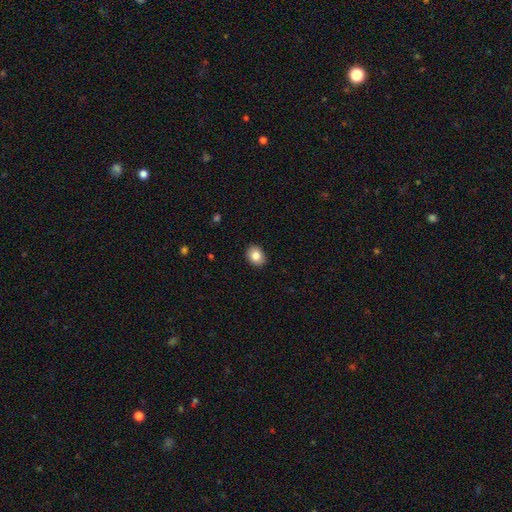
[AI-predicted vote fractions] smooth-or-featured: smooth: 85% | star or artifact: 8% | featured or disk: 7%
  how-rounded: in between: 52% | round: 47% | cigar-shaped: 1%
  merging: none: 89% | minor disturbance: 8% | major disturbance: 2% | merger: 1%